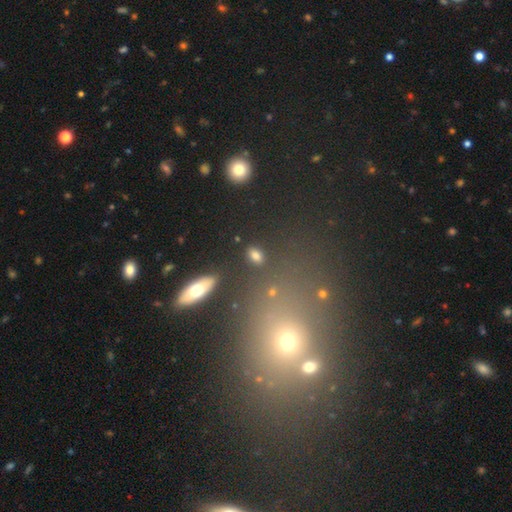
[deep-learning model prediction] This is likely a smooth galaxy (79%). How rounded: clearly in between (82%). Merging: clearly none (84%).